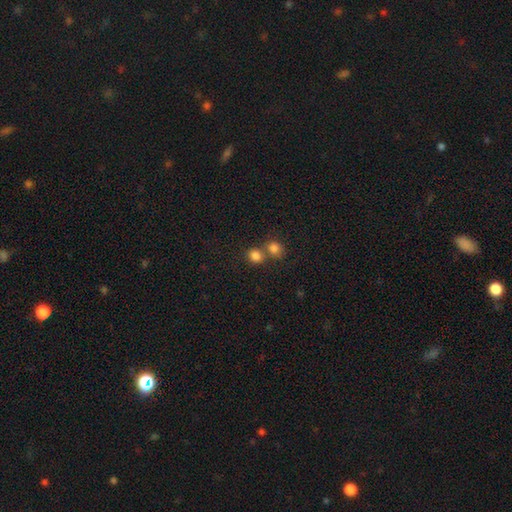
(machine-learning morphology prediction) This appears to be a smooth galaxy with no disk features (82%) that is round (73%). Merging: none (49%).